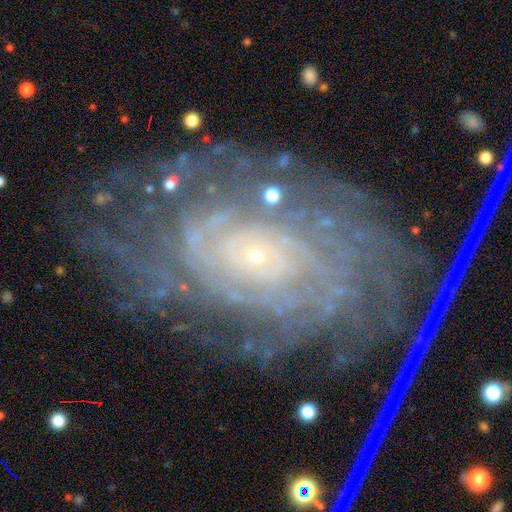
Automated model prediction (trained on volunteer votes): Overall: featured or disk (86%). Edge-on disk: no (96%). Bar: no (78%). Spiral arms: yes (96%). Spiral arm count: can't tell (32%; more than 4 18%). Spiral winding: tight (78%). Bulge size: small (85%). Merging: none (69%).